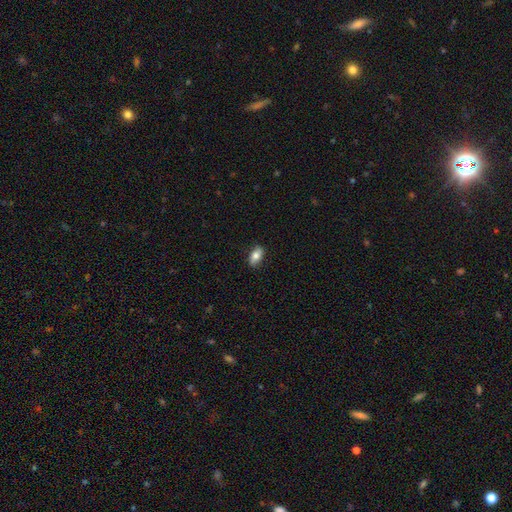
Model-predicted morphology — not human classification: smooth 77%, featured or disk 16%, star or artifact 7%. Down the decision tree: how rounded — in between (89%); merging — none (86%).